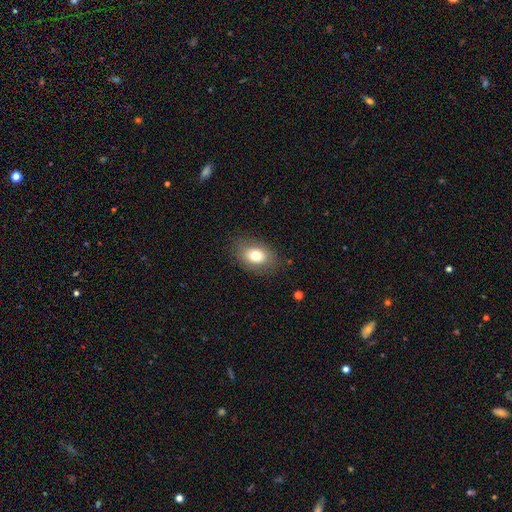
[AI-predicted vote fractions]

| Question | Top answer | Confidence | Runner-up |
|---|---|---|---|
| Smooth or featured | smooth | 75% | featured or disk (16%) |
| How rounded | in between | 78% | round (20%) |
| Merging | none | 83% | minor disturbance (12%) |